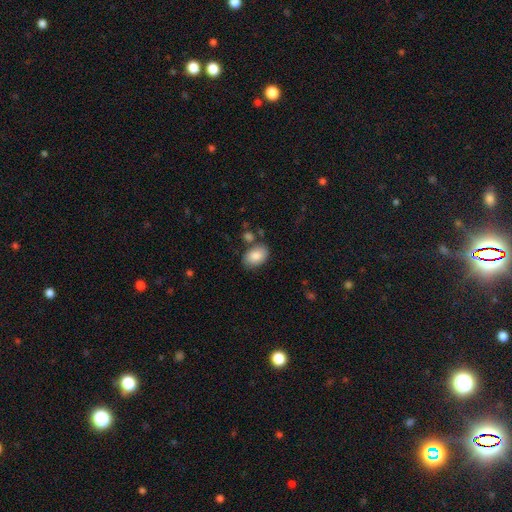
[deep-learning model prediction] This appears to be a smooth galaxy with no disk features (85%) that is in between round and cigar-shaped (87%). Merging: none (74%).